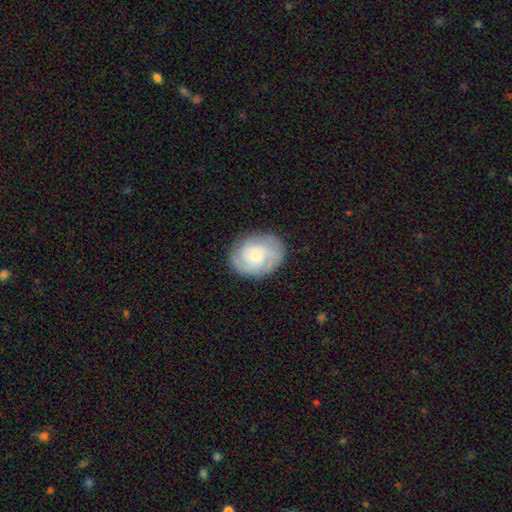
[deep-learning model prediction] Overall: featured or disk (55%; smooth 38%). Edge-on disk: no (97%). Bar: no (76%). Spiral arms: yes (85%). Bulge size: small (60%; moderate 25%). Merging: none (78%).